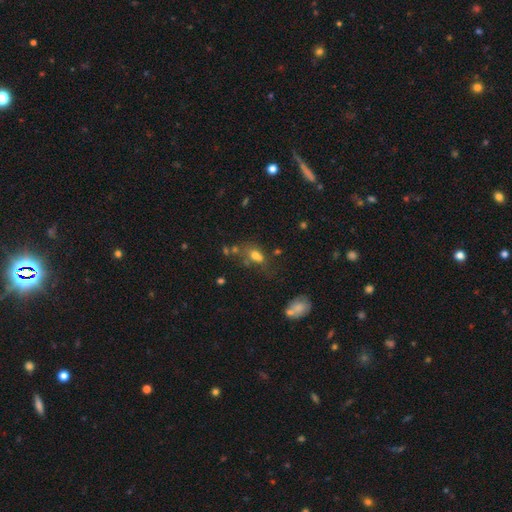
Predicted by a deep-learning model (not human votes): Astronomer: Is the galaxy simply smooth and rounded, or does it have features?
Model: smooth — 67%.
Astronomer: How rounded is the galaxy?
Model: in between — 68%.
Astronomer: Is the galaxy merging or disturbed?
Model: none — 37% (runner-up: merger, 30%).